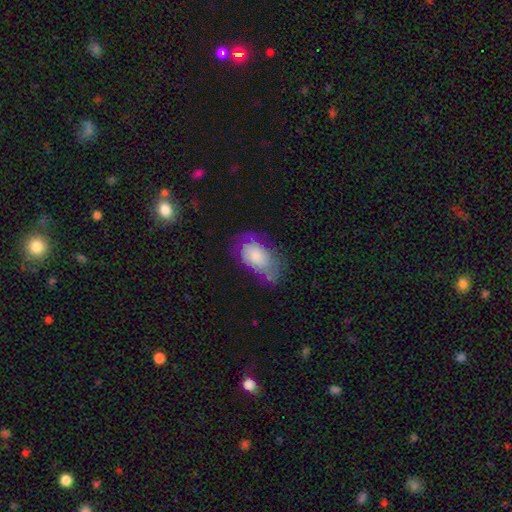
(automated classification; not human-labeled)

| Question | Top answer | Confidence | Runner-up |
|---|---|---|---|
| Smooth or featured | smooth | 56% | featured or disk (37%) |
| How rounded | in between | 90% | round (8%) |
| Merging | none | 48% | minor disturbance (31%) |